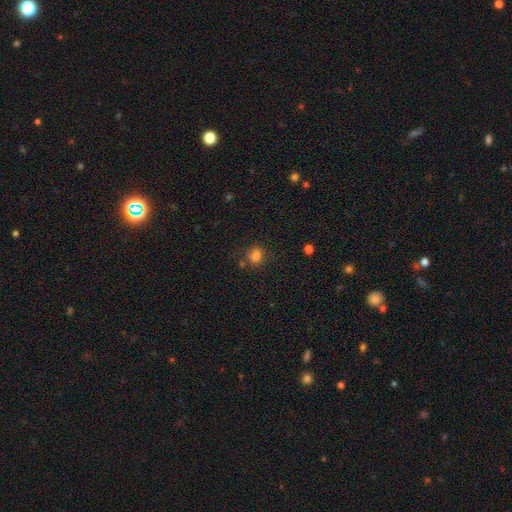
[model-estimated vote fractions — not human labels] The model was most divided on "how rounded": round: 69%, in between: 30%, cigar-shaped: 1%. More confident: smooth or featured — smooth (79%); merging — none (70%).